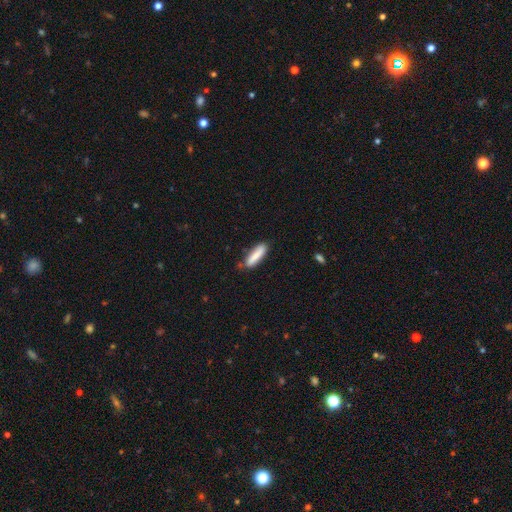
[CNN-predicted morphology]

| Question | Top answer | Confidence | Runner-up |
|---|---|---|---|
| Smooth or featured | smooth | 81% | featured or disk (13%) |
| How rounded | cigar-shaped | 69% | in between (29%) |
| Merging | none | 78% | minor disturbance (16%) |